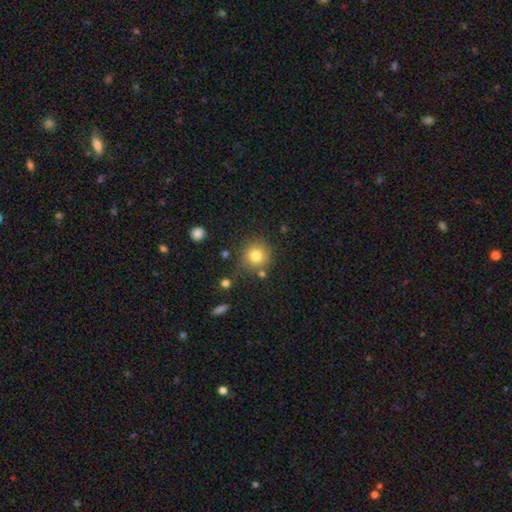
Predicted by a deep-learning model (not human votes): This is clearly a smooth galaxy (80%). How rounded: clearly round (92%). Merging: likely none (75%).